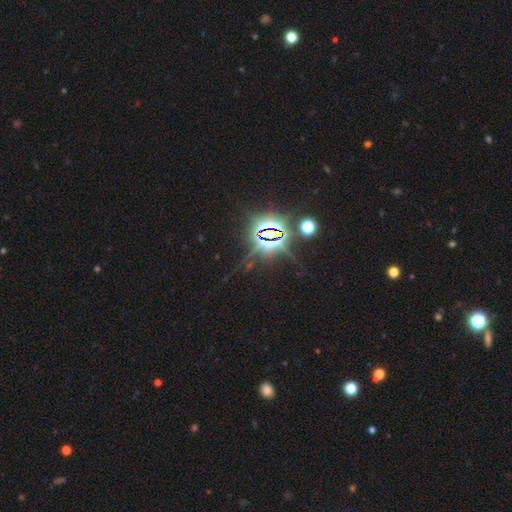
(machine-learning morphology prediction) This appears to be a star or artifact, not a galaxy (84%).